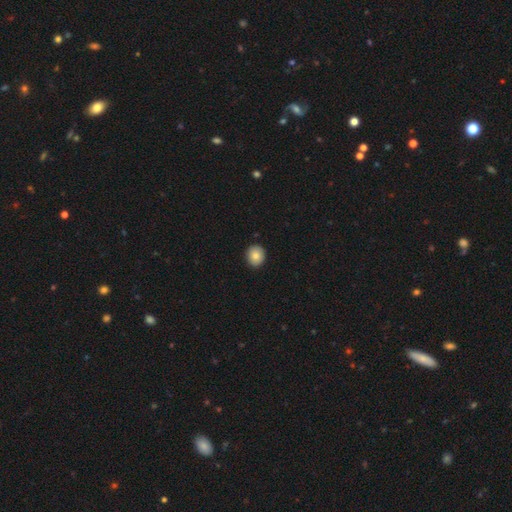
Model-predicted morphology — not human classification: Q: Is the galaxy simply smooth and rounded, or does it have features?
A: smooth — 83%.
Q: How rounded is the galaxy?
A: round — 81%.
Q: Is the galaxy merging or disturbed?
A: none — 91%.